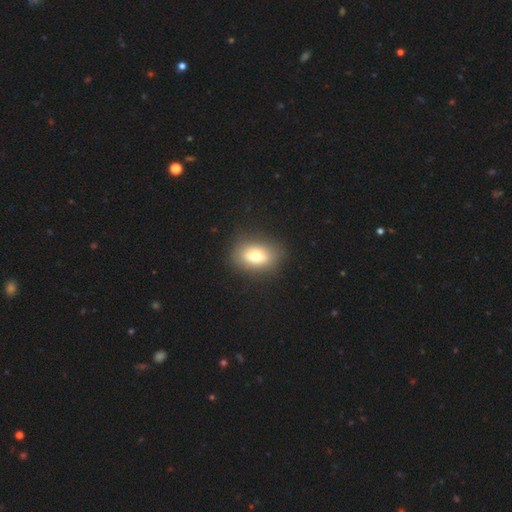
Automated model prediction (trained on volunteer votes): Q: Smooth or featured?
A: smooth (69%); runner-up: featured or disk (21%)
Q: How rounded?
A: in between (71%); runner-up: round (26%)
Q: Merging?
A: none (84%); runner-up: minor disturbance (11%)